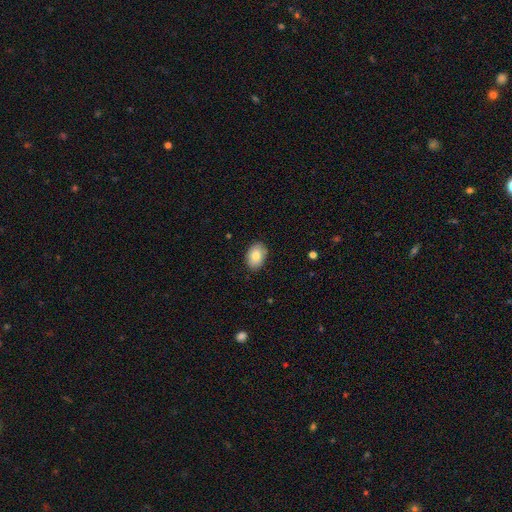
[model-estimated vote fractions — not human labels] The model was most divided on "how rounded": in between: 84%, round: 15%, cigar-shaped: 1%. More confident: merging — none (86%); smooth or featured — smooth (84%).